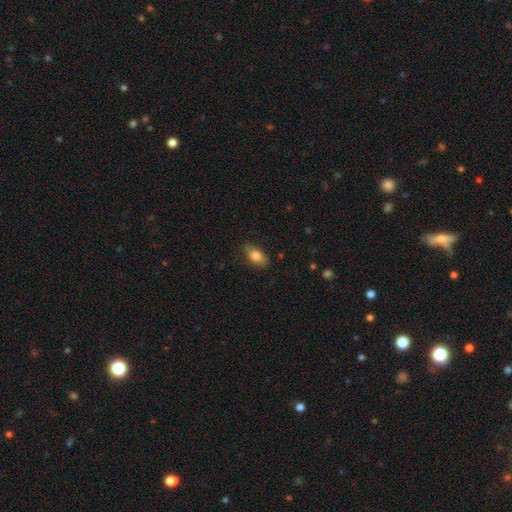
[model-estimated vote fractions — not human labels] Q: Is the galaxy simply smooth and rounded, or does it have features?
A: smooth — 81%.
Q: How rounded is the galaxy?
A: in between — 87%.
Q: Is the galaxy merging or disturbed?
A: none — 80%.